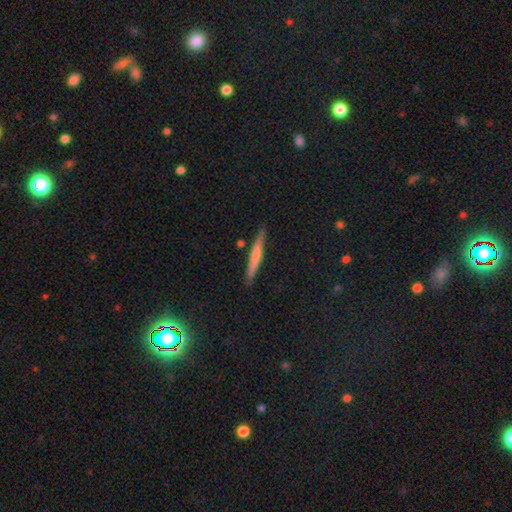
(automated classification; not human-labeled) Q: Smooth or featured?
A: smooth (52%); runner-up: featured or disk (41%)
Q: How rounded?
A: cigar-shaped (95%); runner-up: in between (3%)
Q: Merging?
A: none (85%); runner-up: minor disturbance (10%)